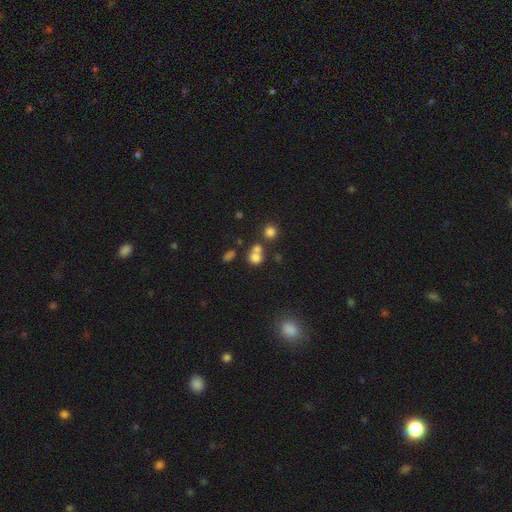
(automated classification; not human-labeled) Smooth or featured: smooth — 71% (star or artifact — 16%)
How rounded: round — 77% (in between — 21%)
Merging: merger — 45% (none — 43%)